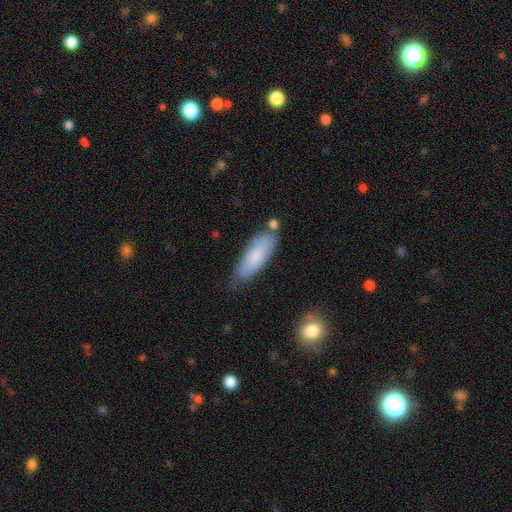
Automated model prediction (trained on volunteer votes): Smooth or featured? smooth (78%)
How rounded? in between (68%)
Merging? none (64%)